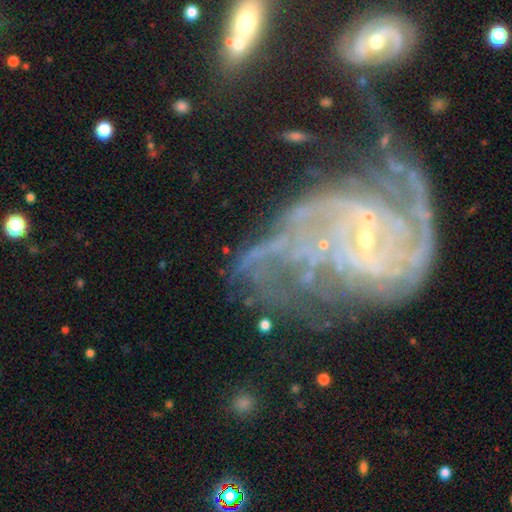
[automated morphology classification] Q: Smooth or featured?
A: featured or disk (76%); runner-up: star or artifact (14%)
Q: Edge-on disk?
A: no (96%); runner-up: yes (4%)
Q: Bar?
A: no (53%); runner-up: weak (30%)
Q: Spiral arms?
A: yes (83%); runner-up: no (17%)
Q: Spiral winding?
A: tight (52%); runner-up: medium (31%)
Q: Spiral arm count?
A: can't tell (34%); runner-up: 2 (19%)
Q: Bulge size?
A: small (72%); runner-up: moderate (15%)
Q: Merging?
A: none (45%); runner-up: major disturbance (28%)